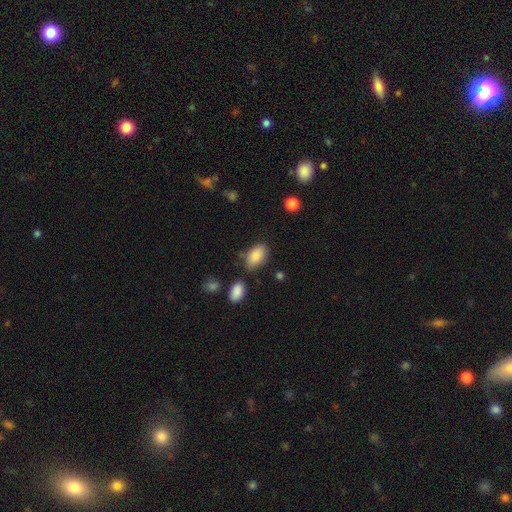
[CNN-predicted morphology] A smooth galaxy with no disk features (86%) that is in between round and cigar-shaped (93%). Merging: none (70%).